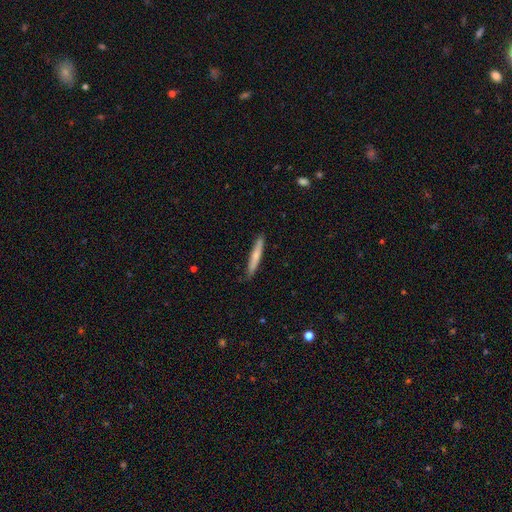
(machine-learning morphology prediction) Q: Smooth or featured?
A: smooth (62%); runner-up: featured or disk (33%)
Q: How rounded?
A: cigar-shaped (94%); runner-up: in between (4%)
Q: Merging?
A: none (87%); runner-up: minor disturbance (10%)